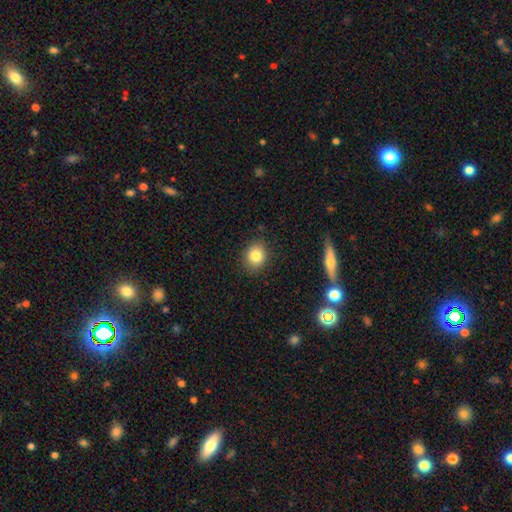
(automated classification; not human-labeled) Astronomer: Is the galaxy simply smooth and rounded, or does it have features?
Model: smooth — 82%.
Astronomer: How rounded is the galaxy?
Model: round — 71%.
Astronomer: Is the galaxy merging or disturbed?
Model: none — 88%.